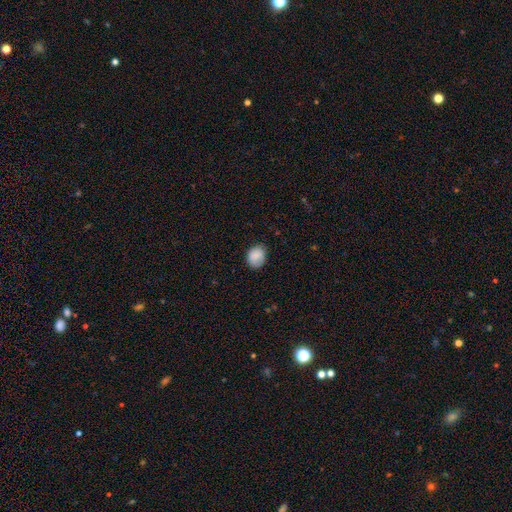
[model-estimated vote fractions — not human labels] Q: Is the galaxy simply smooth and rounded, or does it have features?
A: smooth — 85%.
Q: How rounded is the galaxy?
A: round — 52%.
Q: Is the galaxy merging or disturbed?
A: none — 71%.